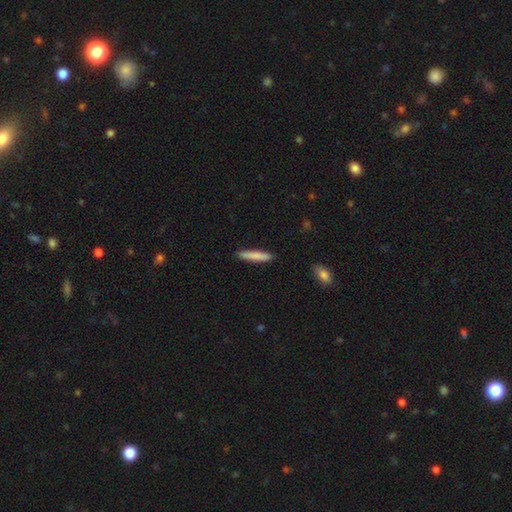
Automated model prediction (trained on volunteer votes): smooth_or_featured: smooth (p=0.82) [alt: featured or disk p=0.12]
how_rounded: cigar-shaped (p=0.91) [alt: in between p=0.08]
merging: none (p=0.90) [alt: minor disturbance p=0.07]